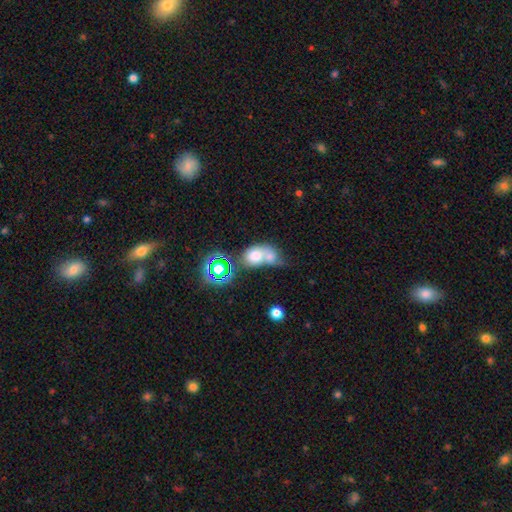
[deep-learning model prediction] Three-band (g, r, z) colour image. It shows a smooth galaxy with no disk features (66%) that is in between round and cigar-shaped (57%). Merging: merger (65%).